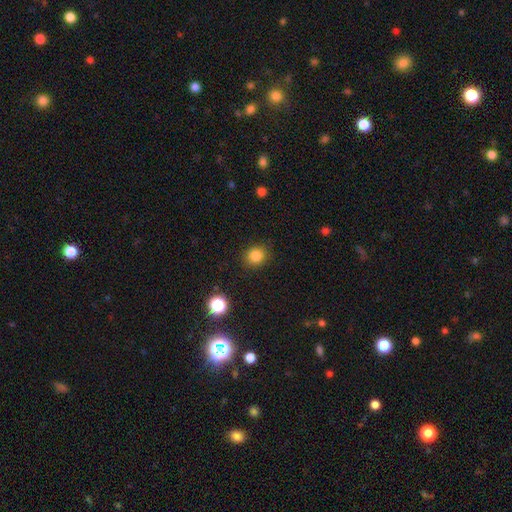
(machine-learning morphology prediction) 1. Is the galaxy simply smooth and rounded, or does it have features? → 83% smooth, 12% star or artifact, 4% featured or disk.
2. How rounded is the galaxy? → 80% round, 19% in between, 1% cigar-shaped.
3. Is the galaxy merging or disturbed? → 89% none, 8% minor disturbance, 3% major disturbance, 1% merger.